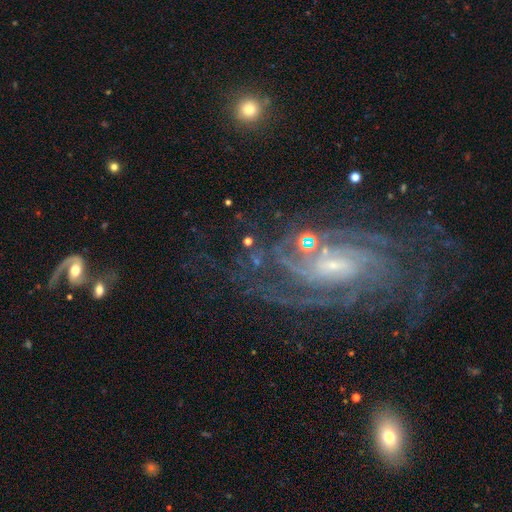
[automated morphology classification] Smooth or featured? featured or disk (88%)
Edge-on disk? no (96%)
Bar? weak (42%)
Spiral arms? yes (98%)
Spiral winding? tight (65%)
Spiral arm count? can't tell (22%)
Bulge size? small (66%)
Merging? none (68%)